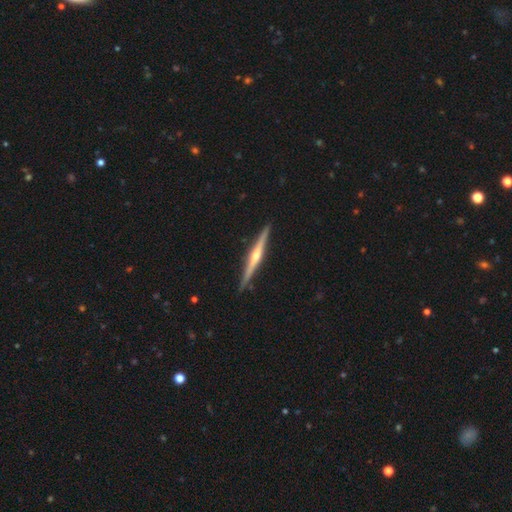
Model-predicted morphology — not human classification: A featured or disk galaxy (82%) viewed edge-on (98%) with a rounded central bulge (86%). Merging: none (91%).